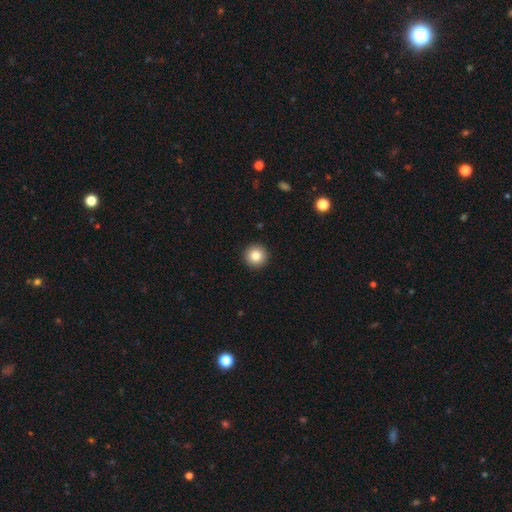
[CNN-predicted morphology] Smooth or featured? smooth (83%)
How rounded? round (96%)
Merging? none (93%)